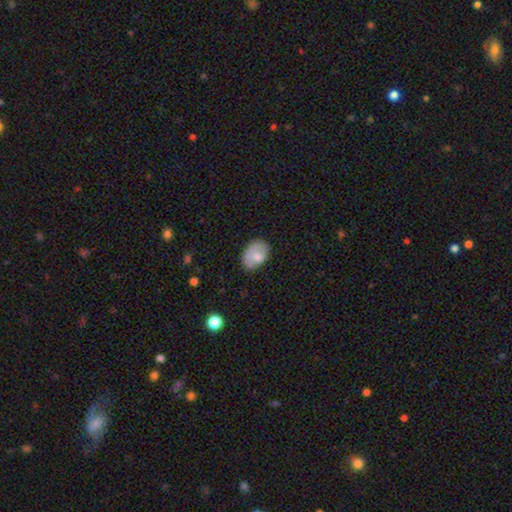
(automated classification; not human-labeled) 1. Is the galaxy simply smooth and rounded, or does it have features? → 73% smooth, 19% featured or disk, 7% star or artifact.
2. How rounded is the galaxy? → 80% in between, 19% round, 1% cigar-shaped.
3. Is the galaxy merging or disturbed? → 61% none, 28% minor disturbance, 8% major disturbance, 3% merger.